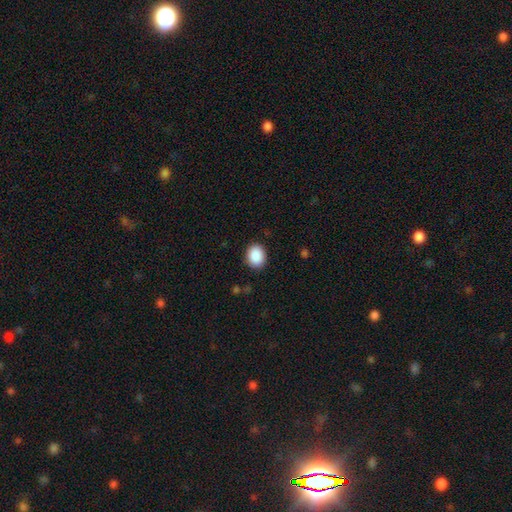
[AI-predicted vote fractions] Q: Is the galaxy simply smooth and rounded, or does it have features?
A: smooth — 90%.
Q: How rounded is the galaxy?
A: round — 54%.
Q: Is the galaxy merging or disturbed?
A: none — 89%.